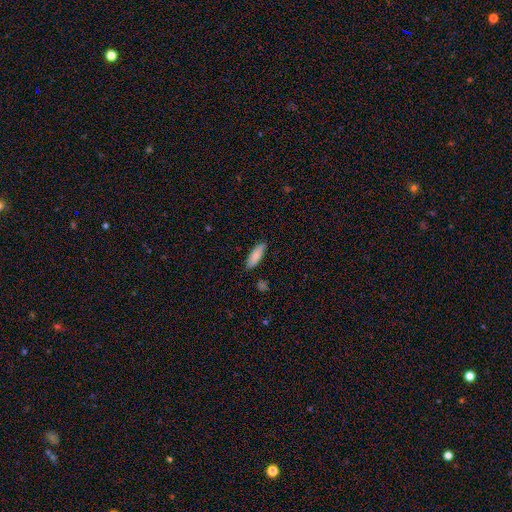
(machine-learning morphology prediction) A smooth galaxy with no disk features (84%) that is in between round and cigar-shaped (54%). Merging: none (85%).